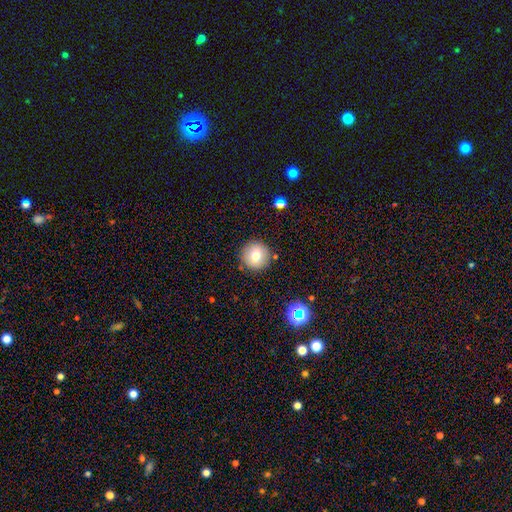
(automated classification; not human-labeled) This is likely a smooth galaxy (75%). How rounded: clearly round (95%). Merging: clearly none (87%).